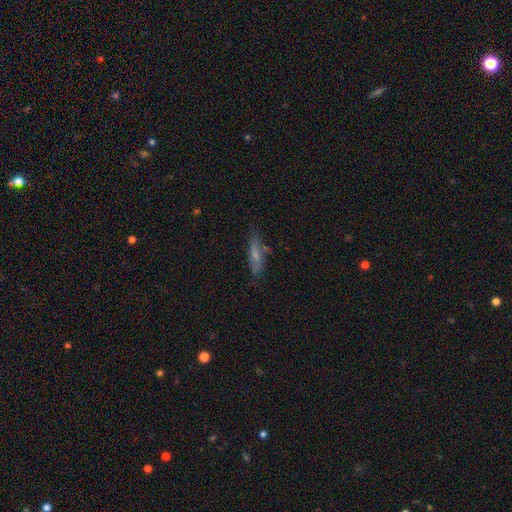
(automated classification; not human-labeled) A smooth galaxy with no disk features (49%). Merging: none (74%).